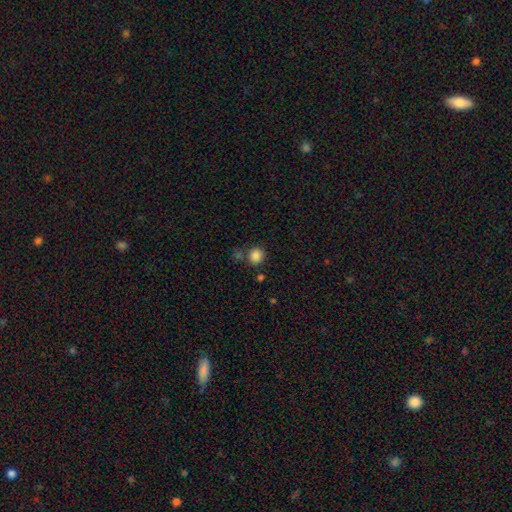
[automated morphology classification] This is clearly a smooth galaxy (85%). How rounded: clearly round (83%). Merging: likely none (74%).